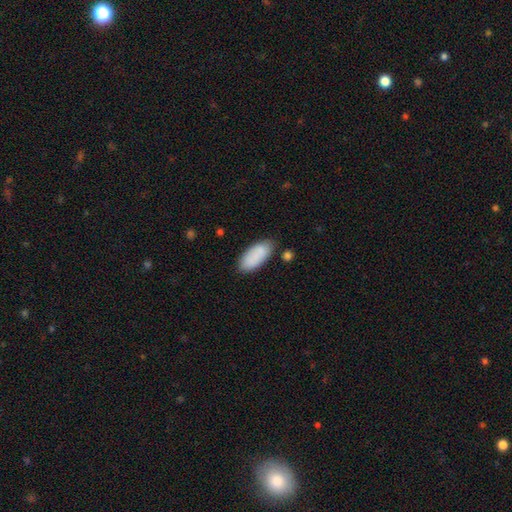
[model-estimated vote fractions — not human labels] Morphology: type=smooth (87%); roundness=in between (89%); merging=none (78%).